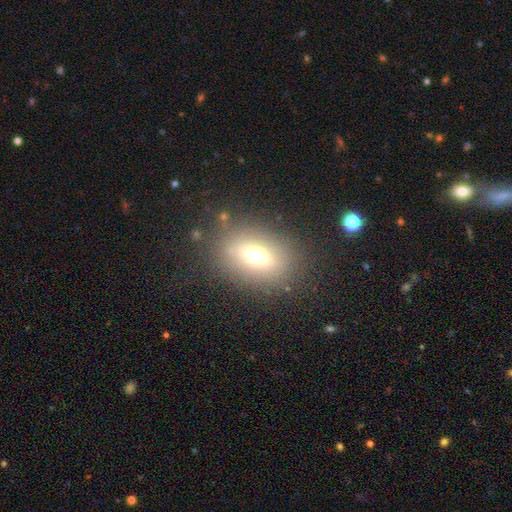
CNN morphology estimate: Smooth or featured? smooth (56%)
How rounded? in between (65%)
Merging? none (81%)